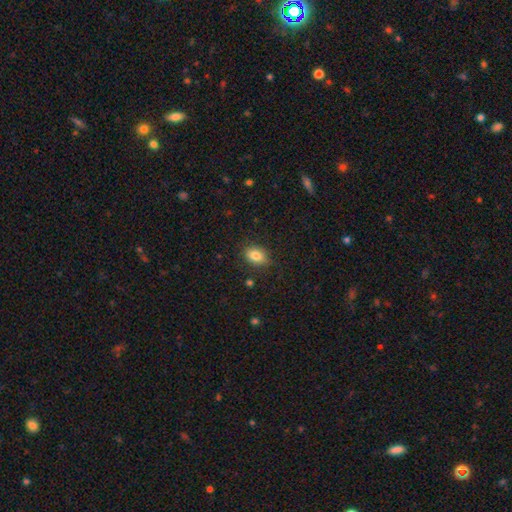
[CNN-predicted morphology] type=smooth (83%); roundness=in between (79%); merging=none (81%).